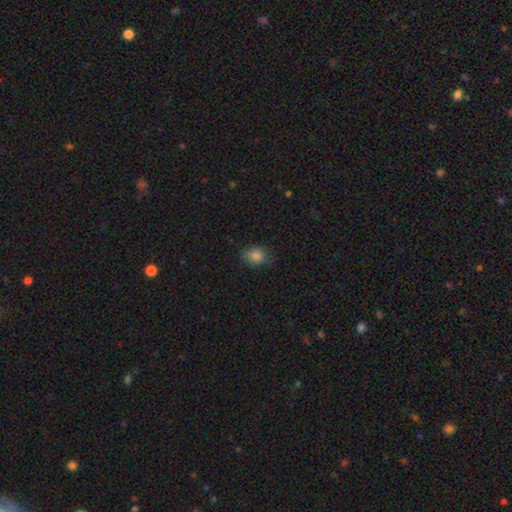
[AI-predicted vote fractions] smooth_or_featured: smooth (p=0.83) [alt: star or artifact p=0.11]
how_rounded: in between (p=0.57) [alt: round p=0.42]
merging: none (p=0.71) [alt: minor disturbance p=0.22]